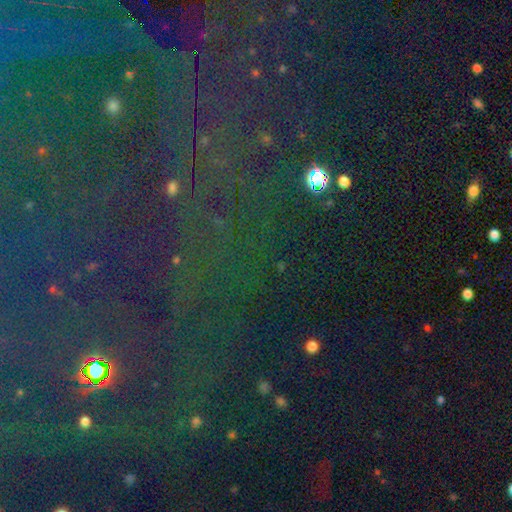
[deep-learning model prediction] Smooth or featured: star or artifact — 83% (smooth — 10%)